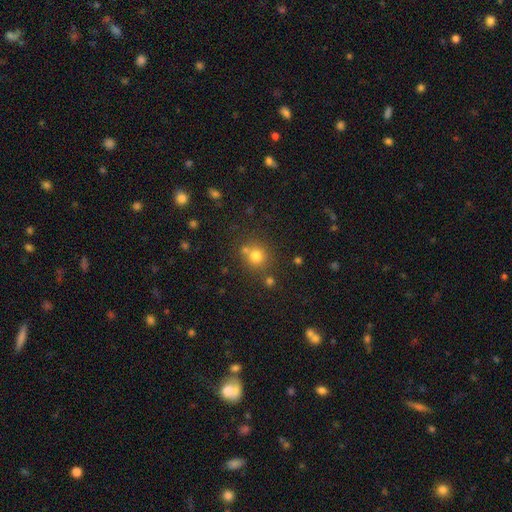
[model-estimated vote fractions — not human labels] Q: Smooth or featured?
A: smooth (76%); runner-up: star or artifact (16%)
Q: How rounded?
A: round (87%); runner-up: in between (12%)
Q: Merging?
A: none (69%); runner-up: merger (18%)